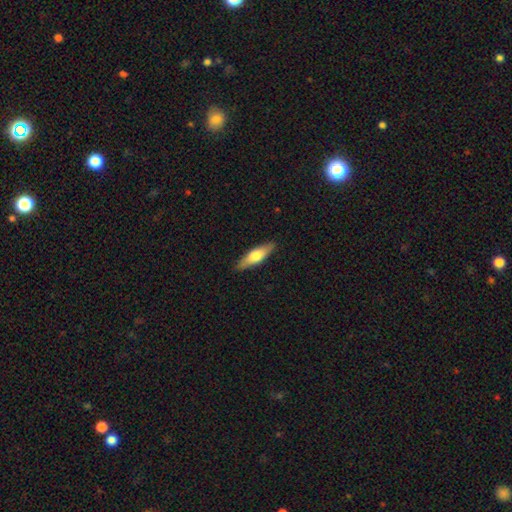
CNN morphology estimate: Q: Smooth or featured?
A: smooth (60%); runner-up: featured or disk (35%)
Q: How rounded?
A: cigar-shaped (56%); runner-up: in between (42%)
Q: Merging?
A: none (88%); runner-up: minor disturbance (10%)